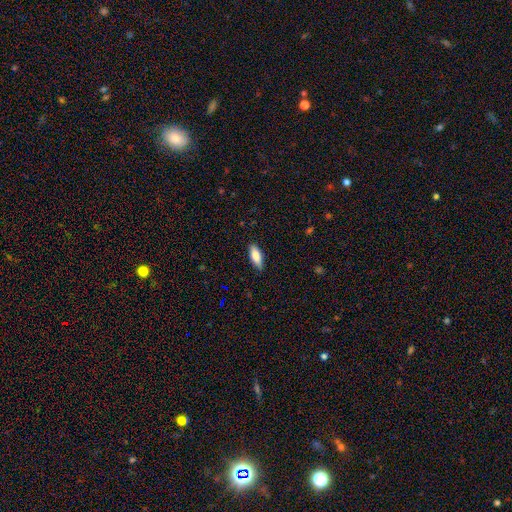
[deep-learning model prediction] Q: Smooth or featured?
A: smooth (80%); runner-up: featured or disk (14%)
Q: How rounded?
A: in between (70%); runner-up: cigar-shaped (28%)
Q: Merging?
A: none (87%); runner-up: minor disturbance (10%)